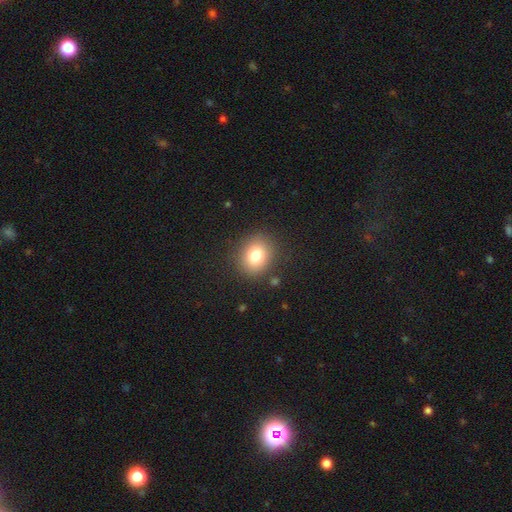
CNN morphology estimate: type=smooth (78%); roundness=round (65%); merging=none (86%).